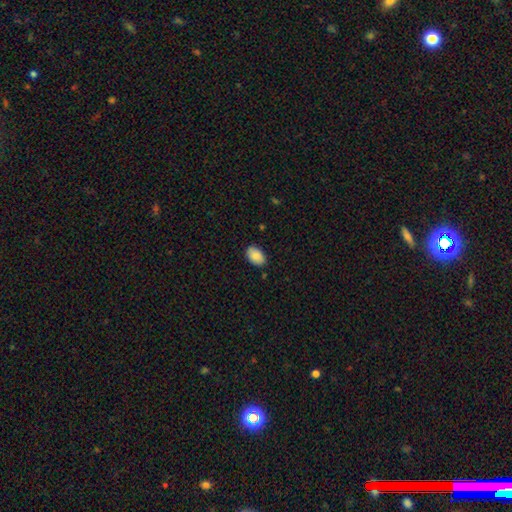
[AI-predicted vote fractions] Q: Smooth or featured?
A: smooth (89%); runner-up: star or artifact (7%)
Q: How rounded?
A: in between (89%); runner-up: round (9%)
Q: Merging?
A: none (85%); runner-up: minor disturbance (11%)